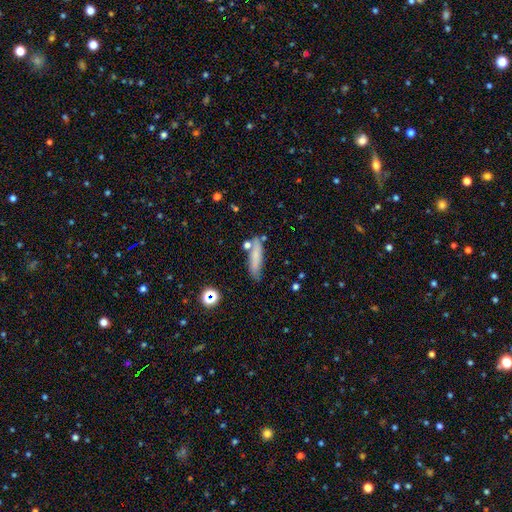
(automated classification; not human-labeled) smooth-or-featured: smooth: 71% | featured or disk: 19% | star or artifact: 10%
  how-rounded: cigar-shaped: 76% | in between: 22% | round: 3%
  merging: none: 67% | minor disturbance: 18% | merger: 9% | major disturbance: 5%